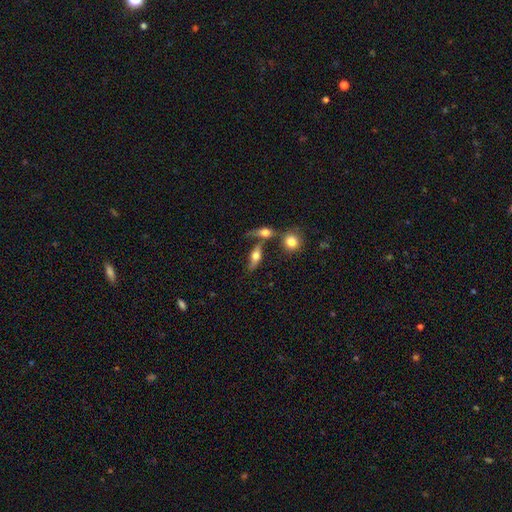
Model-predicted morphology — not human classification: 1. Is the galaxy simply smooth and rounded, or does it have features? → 51% smooth, 39% featured or disk, 9% star or artifact.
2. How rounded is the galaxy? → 63% in between, 28% cigar-shaped, 8% round.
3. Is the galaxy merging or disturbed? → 54% none, 25% merger, 14% minor disturbance, 7% major disturbance.